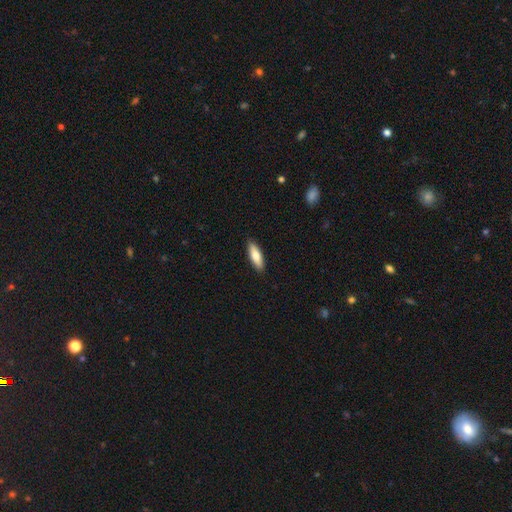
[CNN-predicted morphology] Smooth or featured: smooth — 79% (featured or disk — 15%)
How rounded: in between — 49% (tied with cigar-shaped — 49%)
Merging: none — 90% (minor disturbance — 8%)